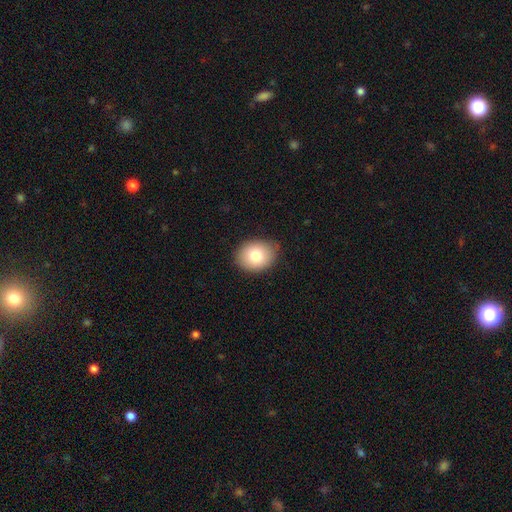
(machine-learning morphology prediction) smooth-or-featured: smooth: 79% | featured or disk: 12% | star or artifact: 9%
  how-rounded: in between: 55% | round: 44% | cigar-shaped: 1%
  merging: none: 82% | minor disturbance: 15% | major disturbance: 3% | merger: 1%